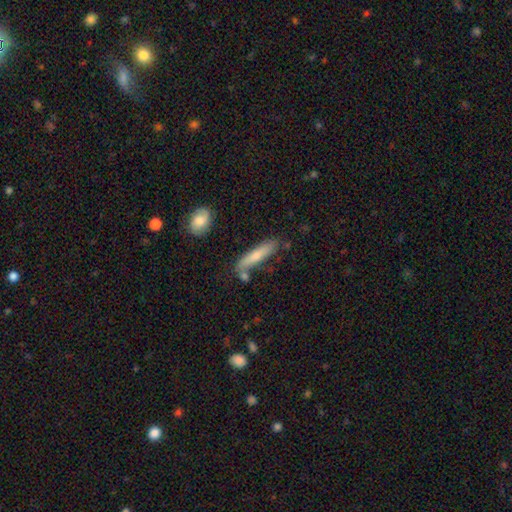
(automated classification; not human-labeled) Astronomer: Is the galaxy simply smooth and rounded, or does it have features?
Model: smooth — 70%.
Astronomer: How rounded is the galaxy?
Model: cigar-shaped — 84%.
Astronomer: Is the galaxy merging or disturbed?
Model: none — 71%.